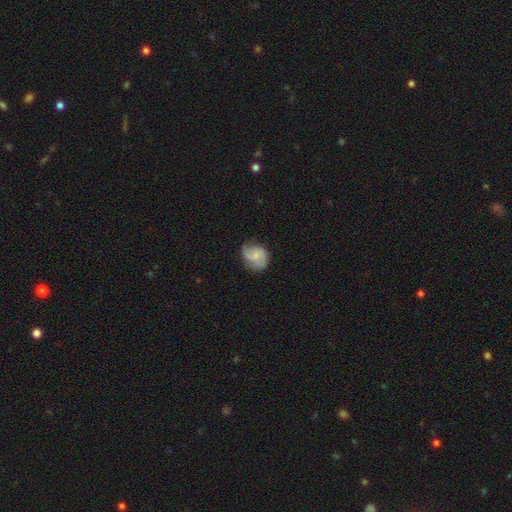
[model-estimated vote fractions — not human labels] Overall: featured or disk (52%; smooth 41%). Edge-on disk: no (98%). Bar: no (53%; weak 40%). Spiral arms: yes (87%). Bulge size: small (57%; moderate 27%). Merging: none (65%; minor disturbance 25%).